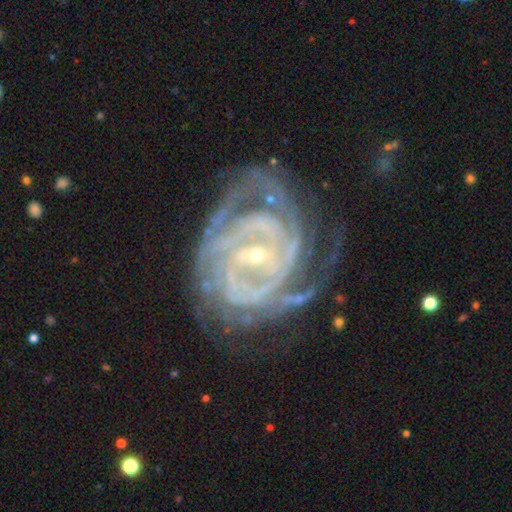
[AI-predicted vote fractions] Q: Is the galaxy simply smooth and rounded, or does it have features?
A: featured or disk — 91%.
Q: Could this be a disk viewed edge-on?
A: no — 97%.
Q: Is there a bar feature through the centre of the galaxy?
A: weak — 41%.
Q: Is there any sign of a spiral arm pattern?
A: yes — 97%.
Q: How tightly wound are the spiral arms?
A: tight — 73%.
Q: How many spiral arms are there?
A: can't tell — 24%.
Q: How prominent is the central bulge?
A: small — 80%.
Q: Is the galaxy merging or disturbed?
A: none — 62%.